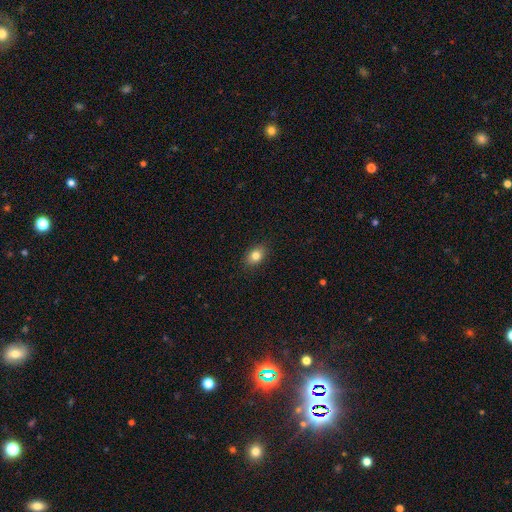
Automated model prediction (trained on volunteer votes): This is clearly a smooth galaxy (82%). How rounded: likely in between (75%). Merging: clearly none (88%).